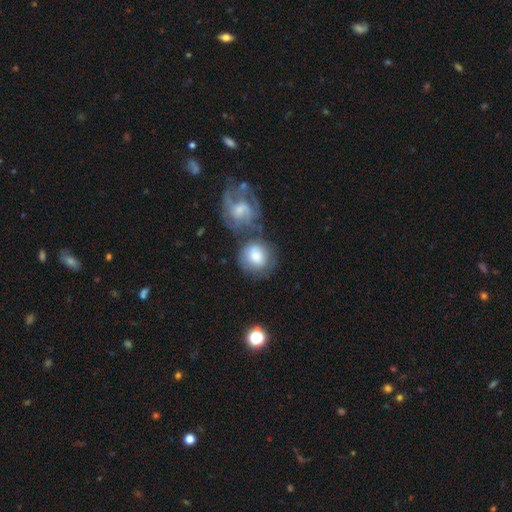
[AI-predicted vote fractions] Q: Smooth or featured?
A: smooth (73%); runner-up: featured or disk (20%)
Q: How rounded?
A: round (79%); runner-up: in between (20%)
Q: Merging?
A: none (46%); runner-up: merger (31%)